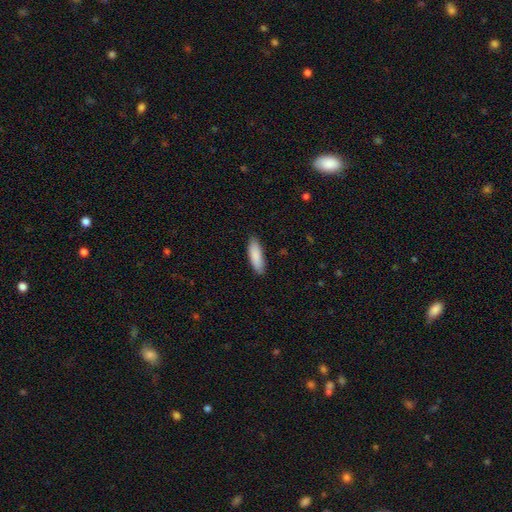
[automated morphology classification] Smooth or featured: smooth — 89% (featured or disk — 6%)
How rounded: in between — 51% (cigar-shaped — 48%)
Merging: none — 88% (minor disturbance — 9%)